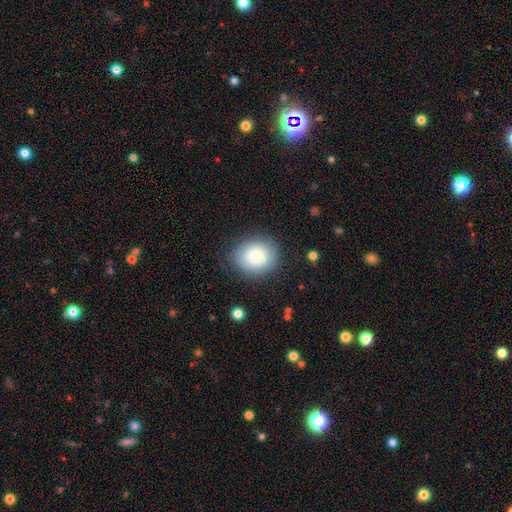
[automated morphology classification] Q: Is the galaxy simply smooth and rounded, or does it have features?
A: smooth — 83%.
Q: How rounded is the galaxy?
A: round — 67%.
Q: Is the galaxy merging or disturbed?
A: none — 79%.